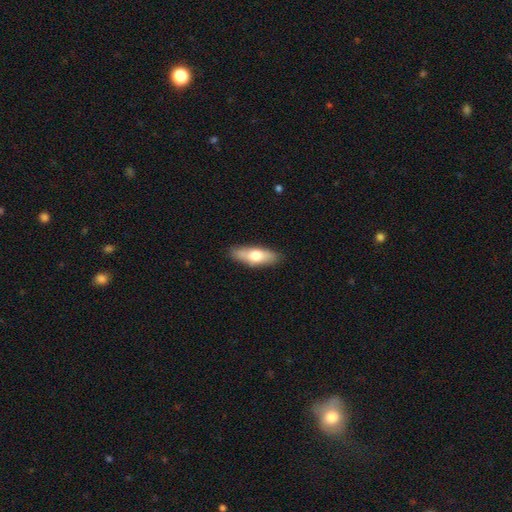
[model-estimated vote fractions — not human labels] This appears to be a smooth galaxy with no disk features (65%) that is in between round and cigar-shaped (58%). Merging: none (85%).